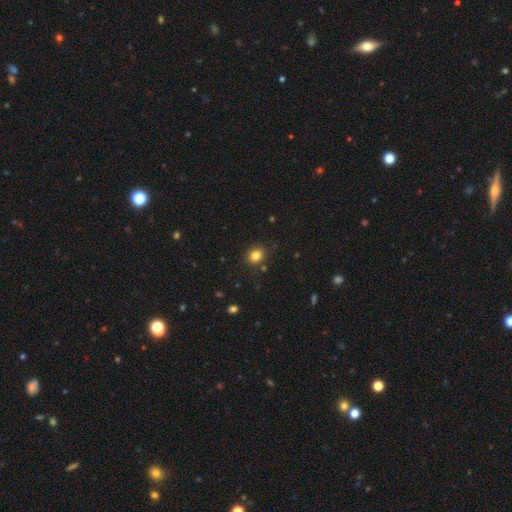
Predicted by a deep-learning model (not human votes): Morphology: type=smooth (82%); roundness=round (74%); merging=none (86%).